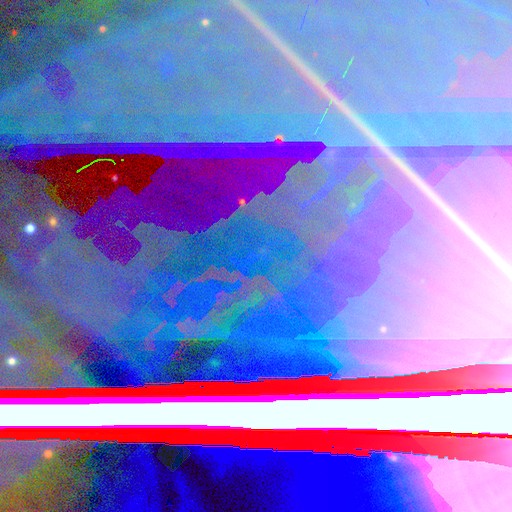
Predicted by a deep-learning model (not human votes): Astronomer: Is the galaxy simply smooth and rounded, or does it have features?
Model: star or artifact — 83%.